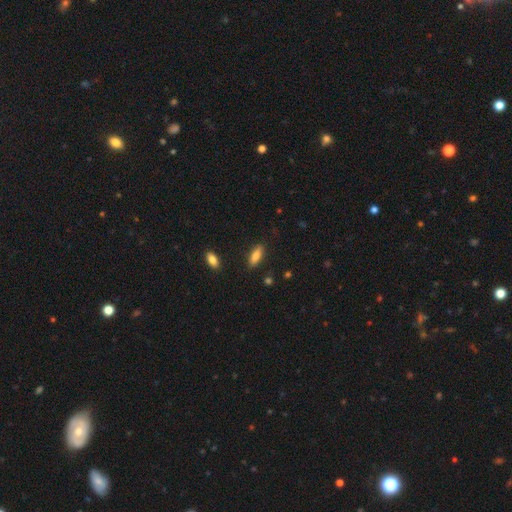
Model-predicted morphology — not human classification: Smooth or featured? smooth (82%)
How rounded? in between (67%)
Merging? none (85%)